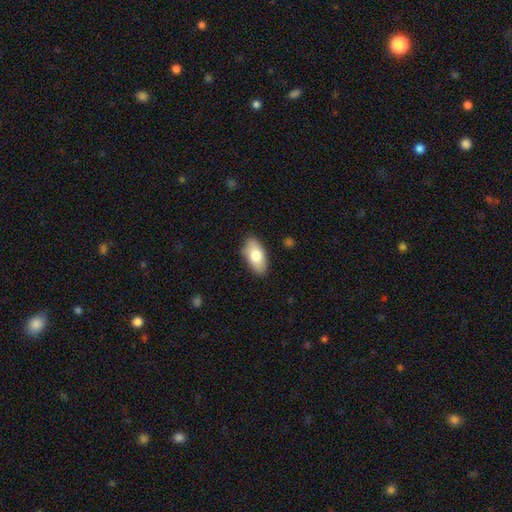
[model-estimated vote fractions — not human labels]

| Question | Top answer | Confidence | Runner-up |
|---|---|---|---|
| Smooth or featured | smooth | 77% | featured or disk (17%) |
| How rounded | in between | 93% | cigar-shaped (4%) |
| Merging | none | 85% | minor disturbance (11%) |